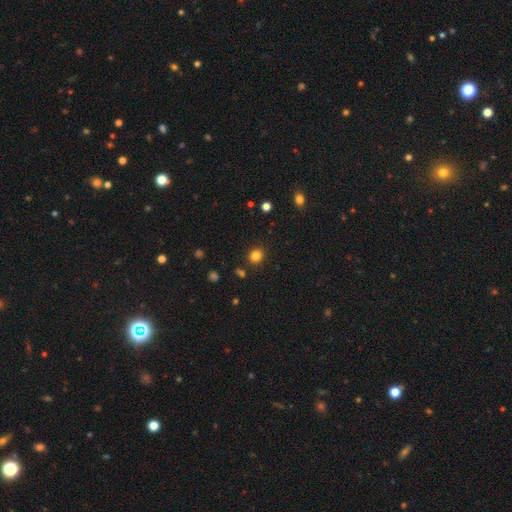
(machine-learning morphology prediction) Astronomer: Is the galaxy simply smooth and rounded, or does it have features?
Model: smooth — 82%.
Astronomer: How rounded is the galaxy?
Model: round — 72%.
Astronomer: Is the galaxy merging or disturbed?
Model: none — 86%.